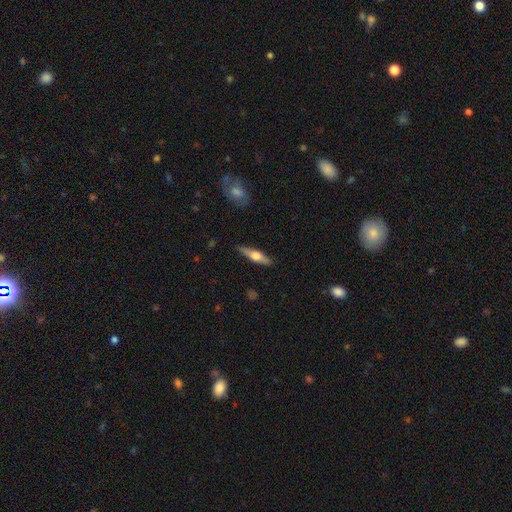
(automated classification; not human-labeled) This appears to be a featured or disk galaxy (56%) viewed edge-on (94%) with a rounded central bulge (90%). Merging: none (87%).